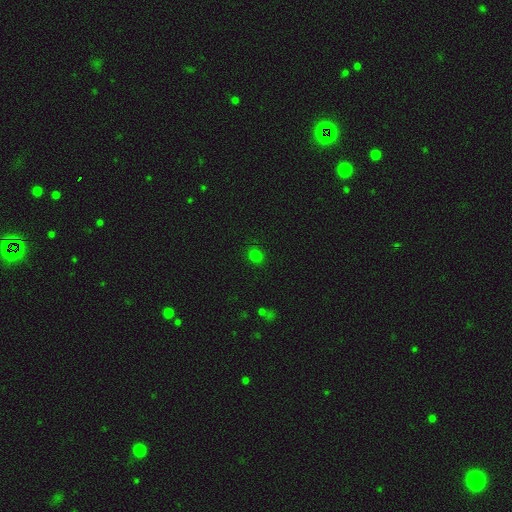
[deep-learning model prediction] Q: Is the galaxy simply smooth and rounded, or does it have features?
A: smooth — 77%.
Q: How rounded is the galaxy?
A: round — 69%.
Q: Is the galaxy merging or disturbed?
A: none — 89%.